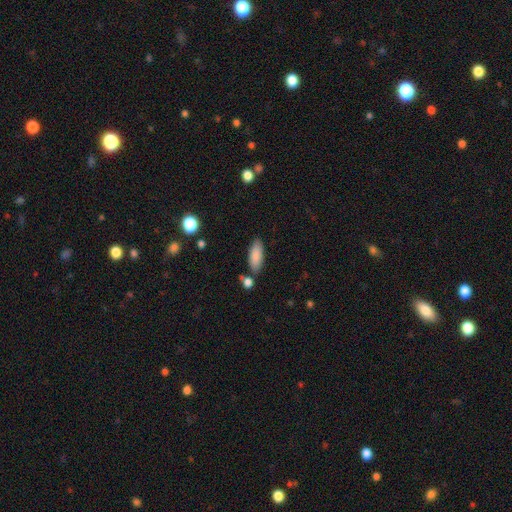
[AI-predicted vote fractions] Smooth or featured?
  - smooth: 87% *
  - featured or disk: 7%
  - star or artifact: 6%
How rounded?
  - in between: 77% *
  - cigar-shaped: 21%
  - round: 2%
Merging?
  - none: 76% *
  - minor disturbance: 12%
  - merger: 9%
  - major disturbance: 3%